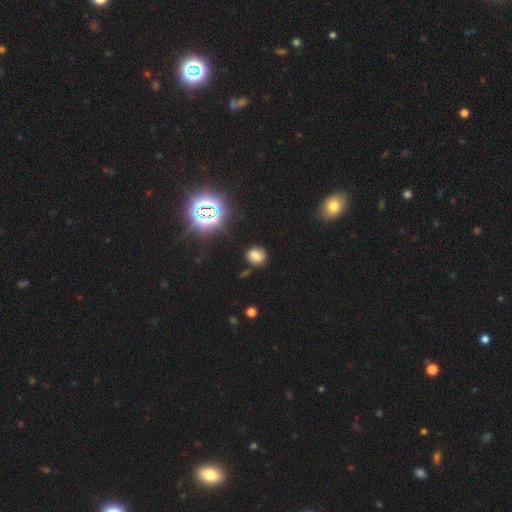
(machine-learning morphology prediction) Smooth or featured? Predicted: smooth (p=0.64). How rounded? Predicted: round (p=0.59). Merging? Predicted: none (p=0.74).